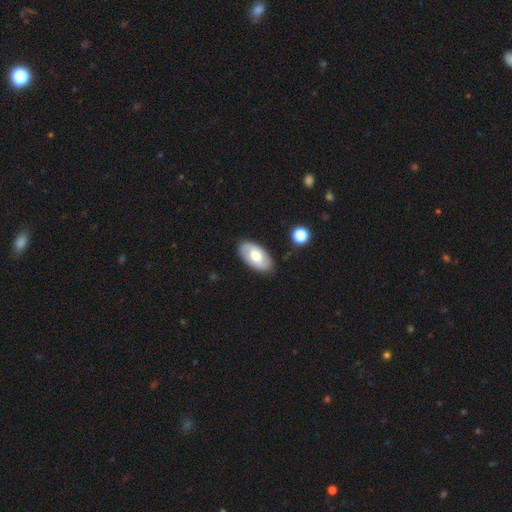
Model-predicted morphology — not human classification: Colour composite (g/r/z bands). It shows a smooth galaxy with no disk features (59%) that is in between round and cigar-shaped (94%). Merging: none (85%).